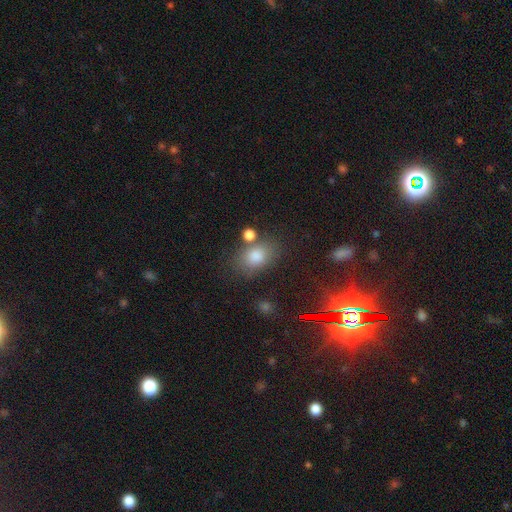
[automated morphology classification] This appears to be a smooth galaxy with no disk features (74%) that is in between round and cigar-shaped (72%). Merging: none (69%).